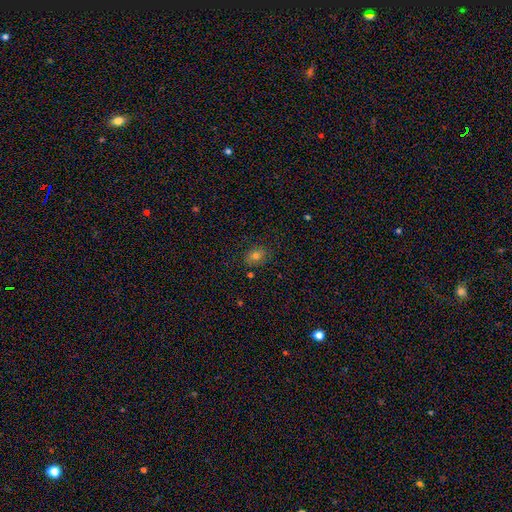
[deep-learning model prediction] This appears to be a smooth galaxy with no disk features (70%) that is in between round and cigar-shaped (56%). Merging: none (81%).